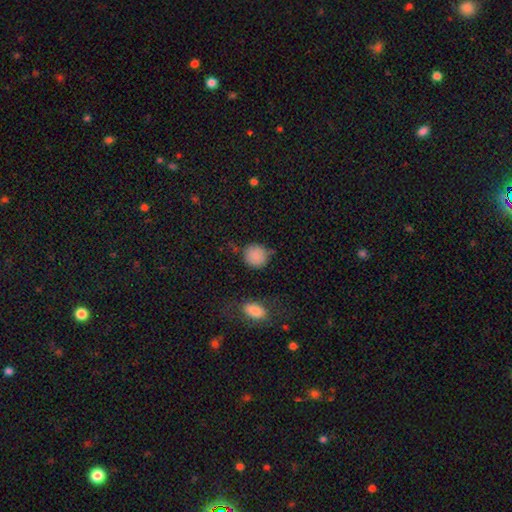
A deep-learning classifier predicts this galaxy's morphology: Smooth or featured: smooth — 85% (star or artifact — 10%)
How rounded: round — 88% (in between — 11%)
Merging: none — 70% (minor disturbance — 19%)